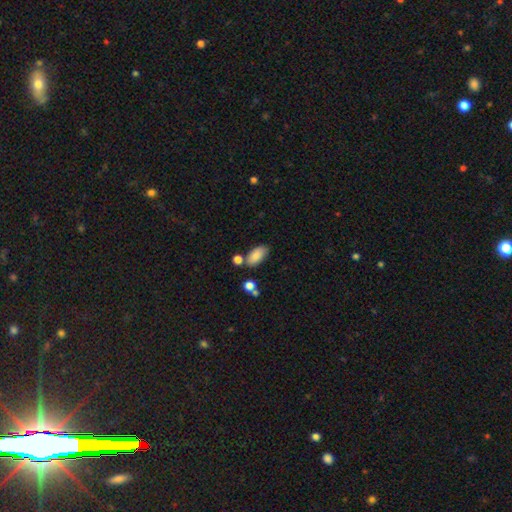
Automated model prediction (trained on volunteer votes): The model was most divided on "merging": none: 70%, minor disturbance: 15%, merger: 11%, major disturbance: 4%. More confident: how rounded — in between (91%); smooth or featured — smooth (84%).